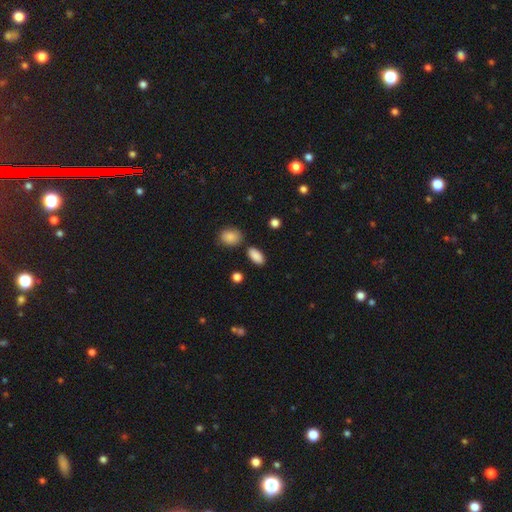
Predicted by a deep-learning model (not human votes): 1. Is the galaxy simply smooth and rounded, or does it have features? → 88% smooth, 8% star or artifact, 4% featured or disk.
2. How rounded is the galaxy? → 90% in between, 6% cigar-shaped, 4% round.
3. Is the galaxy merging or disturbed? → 83% none, 10% minor disturbance, 4% merger, 3% major disturbance.